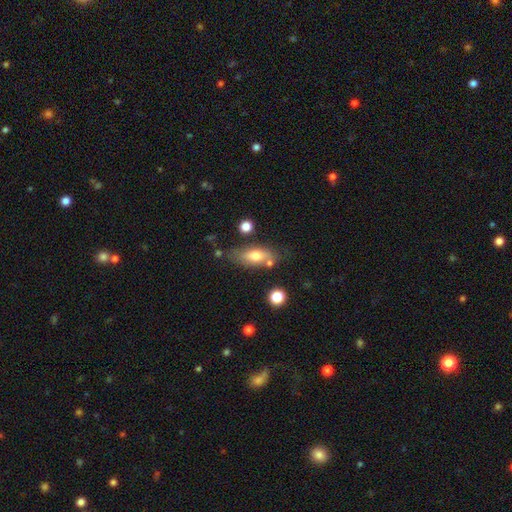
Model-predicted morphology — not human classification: Smooth or featured?
  - smooth: 66% *
  - featured or disk: 26%
  - star or artifact: 7%
How rounded?
  - in between: 78% *
  - cigar-shaped: 17%
  - round: 5%
Merging?
  - none: 62% *
  - minor disturbance: 21%
  - merger: 10%
  - major disturbance: 6%